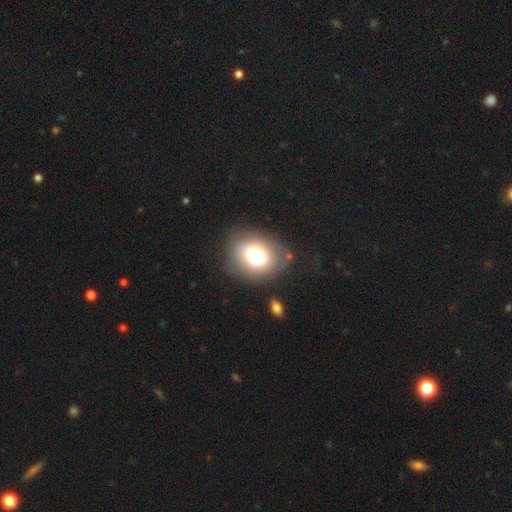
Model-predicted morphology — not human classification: Overall: smooth (73%). How rounded: in between (50%; round 49%). Merging: none (72%).